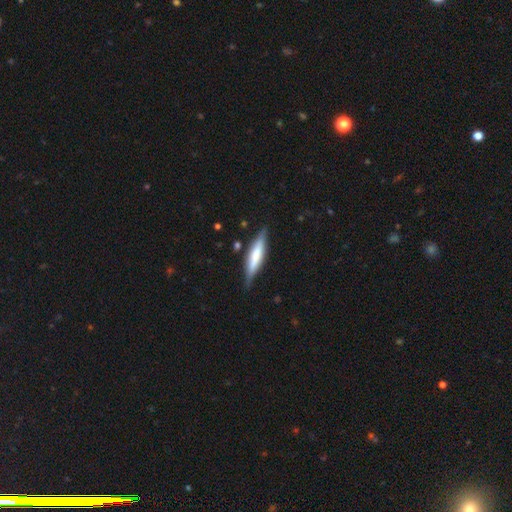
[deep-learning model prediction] A smooth galaxy with no disk features (53%) that is cigar-shaped (79%). Merging: none (82%).